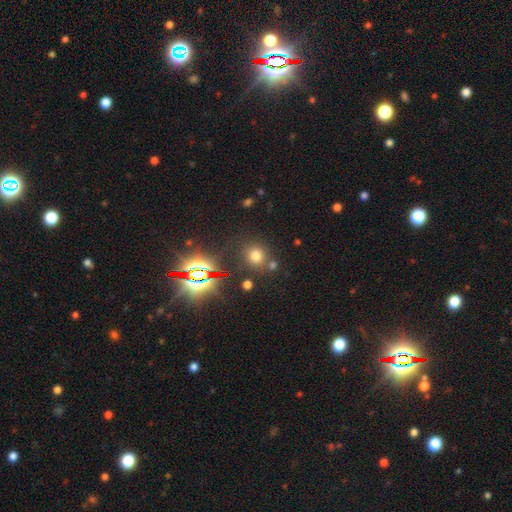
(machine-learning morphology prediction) smooth_or_featured: smooth (p=0.64) [alt: star or artifact p=0.28]
how_rounded: round (p=0.87) [alt: in between p=0.12]
merging: none (p=0.76) [alt: merger p=0.11]